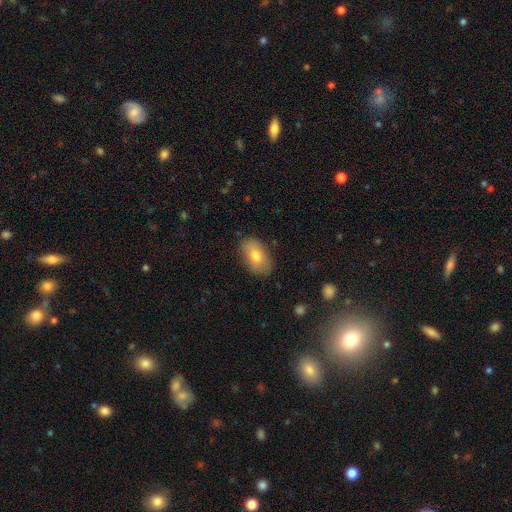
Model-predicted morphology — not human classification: A smooth galaxy with no disk features (73%) that is in between round and cigar-shaped (90%).

Vote fractions:
- Smooth or featured? smooth: 73% / featured or disk: 19% / star or artifact: 8%
- How rounded? in between: 90% / round: 8% / cigar-shaped: 2%
- Merging? none: 83% / minor disturbance: 13% / major disturbance: 3% / merger: 1%